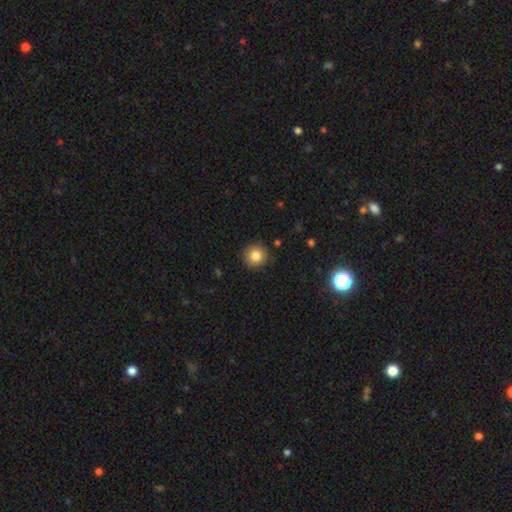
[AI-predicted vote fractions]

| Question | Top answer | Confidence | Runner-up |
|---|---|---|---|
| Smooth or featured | smooth | 83% | star or artifact (10%) |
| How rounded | round | 93% | in between (6%) |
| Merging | none | 90% | minor disturbance (7%) |